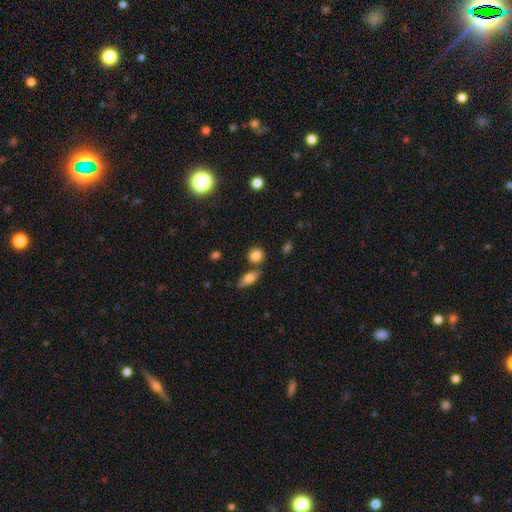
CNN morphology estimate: smooth-or-featured: smooth: 82% | star or artifact: 10% | featured or disk: 8%
  how-rounded: round: 77% | in between: 21% | cigar-shaped: 3%
  merging: none: 74% | merger: 12% | minor disturbance: 11% | major disturbance: 3%